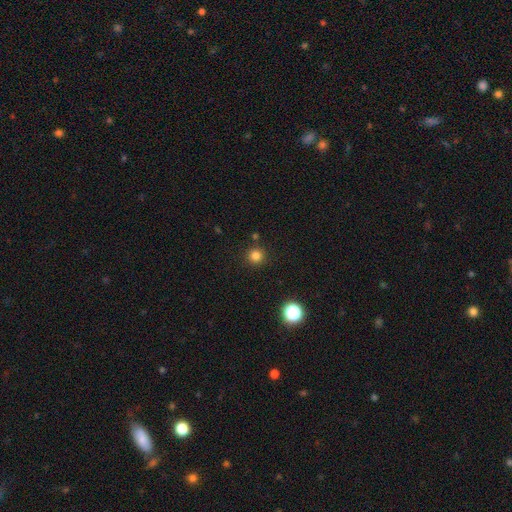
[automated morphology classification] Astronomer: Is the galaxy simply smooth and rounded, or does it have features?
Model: smooth — 81%.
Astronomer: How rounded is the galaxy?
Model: round — 95%.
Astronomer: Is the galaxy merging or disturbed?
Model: none — 89%.